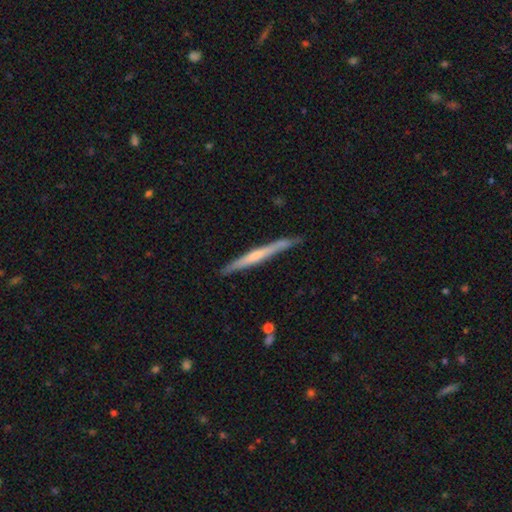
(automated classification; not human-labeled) This is likely a featured or disk galaxy (62%). It is clearly viewed edge-on (97%). Edge-on bulge: possibly rounded (48%). Merging: clearly none (86%).